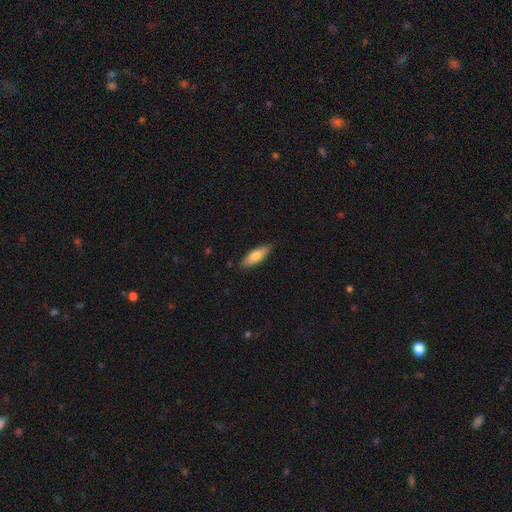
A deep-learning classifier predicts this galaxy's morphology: The model was most divided on "how rounded": in between: 53%, cigar-shaped: 45%, round: 2%. More confident: merging — none (86%); smooth or featured — smooth (73%).